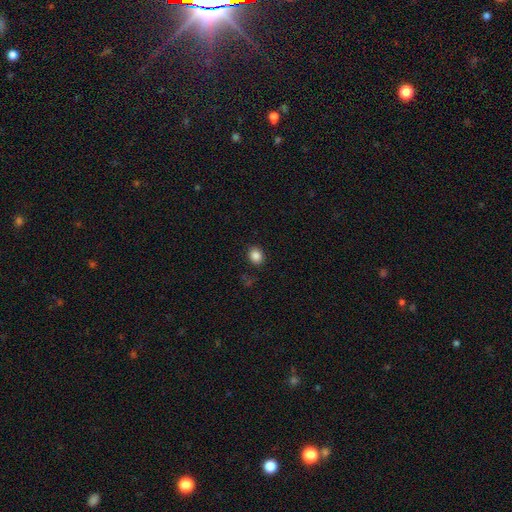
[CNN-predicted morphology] The model was most divided on "how rounded": round: 62%, in between: 37%, cigar-shaped: 1%. More confident: merging — none (88%); smooth or featured — smooth (86%).